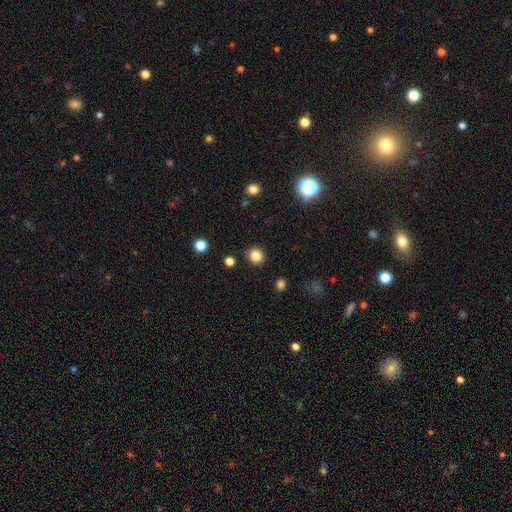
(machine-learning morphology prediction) type=smooth (83%); roundness=round (89%); merging=none (91%).